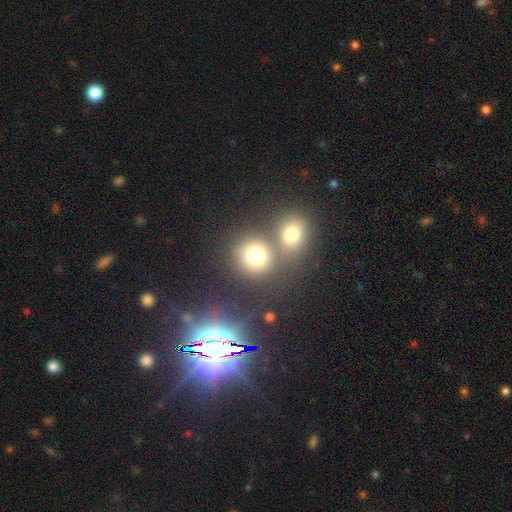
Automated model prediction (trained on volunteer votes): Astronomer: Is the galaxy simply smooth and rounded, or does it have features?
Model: smooth — 75%.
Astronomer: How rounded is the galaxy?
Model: round — 86%.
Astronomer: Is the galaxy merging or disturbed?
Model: none — 59%.